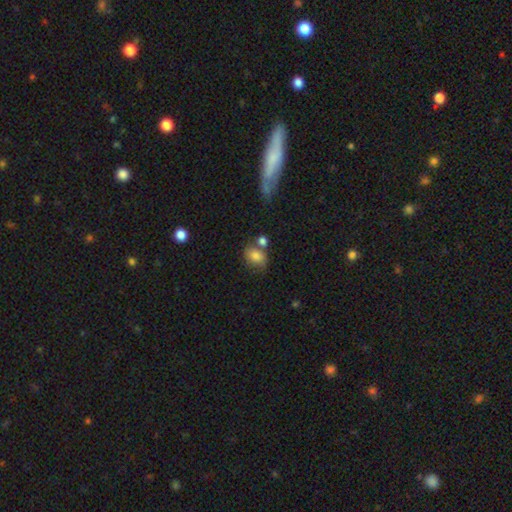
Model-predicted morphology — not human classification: This is likely a smooth galaxy (79%). How rounded: likely in between (62%). Merging: possibly none (50%).